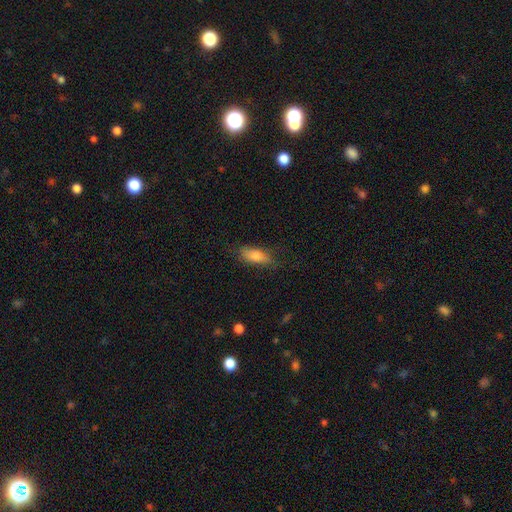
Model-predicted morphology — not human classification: Q: Smooth or featured?
A: smooth (79%); runner-up: featured or disk (14%)
Q: How rounded?
A: in between (72%); runner-up: cigar-shaped (25%)
Q: Merging?
A: none (75%); runner-up: minor disturbance (19%)